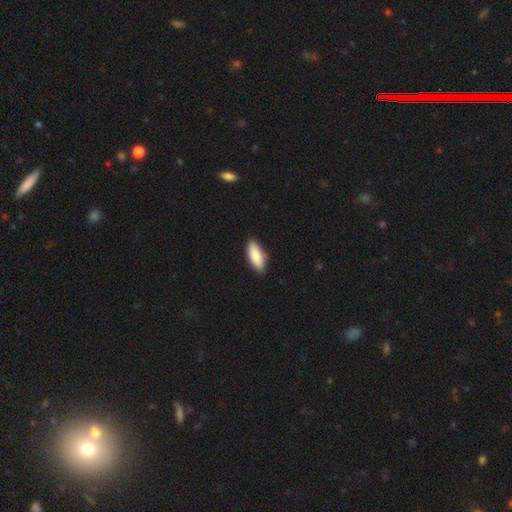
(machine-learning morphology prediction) type=smooth (85%); roundness=in between (72%); merging=none (84%).